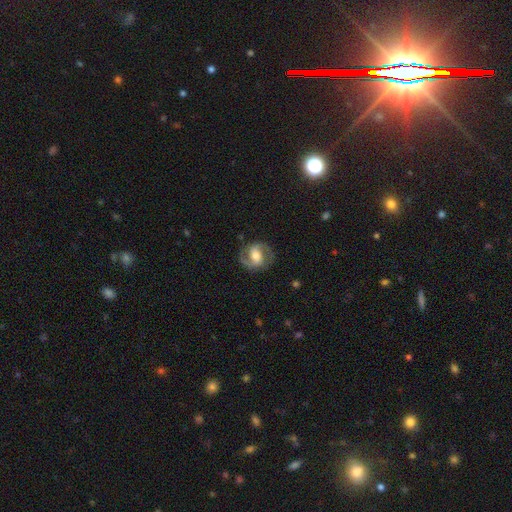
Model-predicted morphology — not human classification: smooth-or-featured: featured or disk: 81% | smooth: 14% | star or artifact: 6%
  disk-edge-on: no: 97% | yes: 3%
    bar: weak: 43% | strong: 30% | no: 27%
    has-spiral-arms: yes: 92% | no: 8%
      spiral-winding: medium: 56% | tight: 27% | loose: 17%
      spiral-arm-count: 2: 91% | can't tell: 4% | 1: 2% | 3: 1% | 4: 1% | more than 4: 1%
    bulge-size: moderate: 62% | small: 19% | large: 16% | none: 2% | dominant: 2%
  merging: none: 83% | minor disturbance: 11% | major disturbance: 5% | merger: 1%